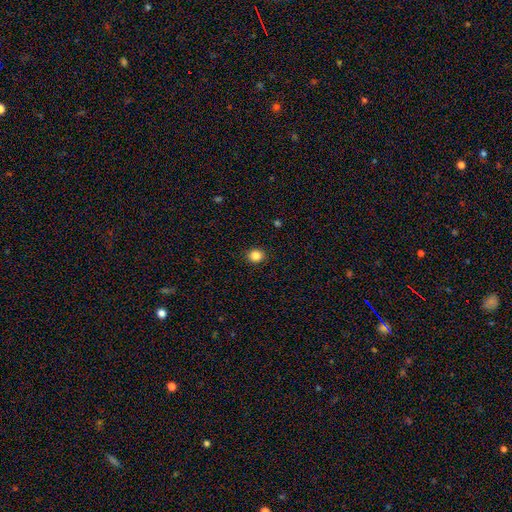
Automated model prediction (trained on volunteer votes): Morphology: type=smooth (85%); roundness=round (79%); merging=none (91%).